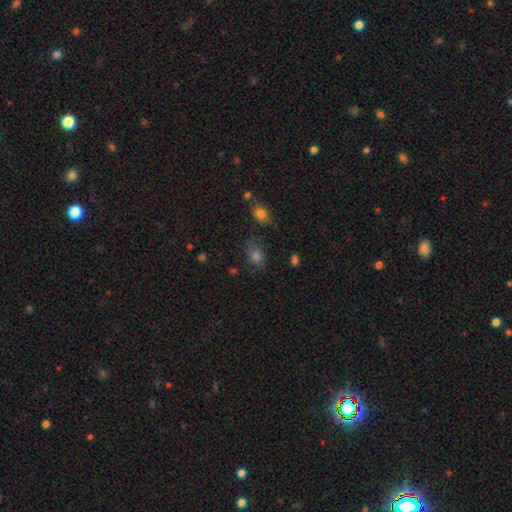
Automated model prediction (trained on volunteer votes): Overall: smooth (60%; star or artifact 22%). How rounded: in between (60%; round 38%). Merging: none (63%).